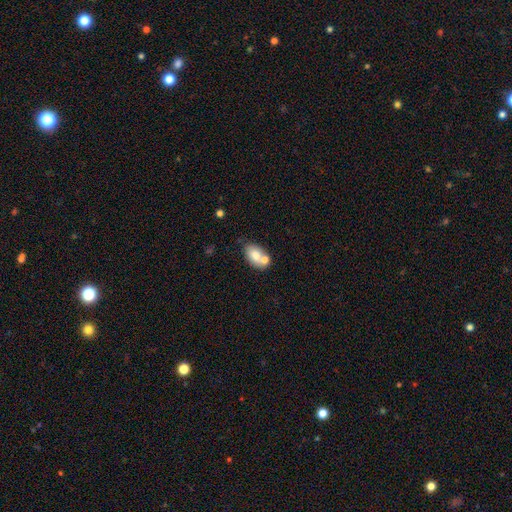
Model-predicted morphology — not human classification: A smooth galaxy with no disk features (73%) that is in between round and cigar-shaped (87%).

Vote fractions:
- Smooth or featured? smooth: 73% / featured or disk: 20% / star or artifact: 8%
- How rounded? in between: 87% / round: 12% / cigar-shaped: 2%
- Merging? none: 44% / merger: 39% / minor disturbance: 14% / major disturbance: 4%